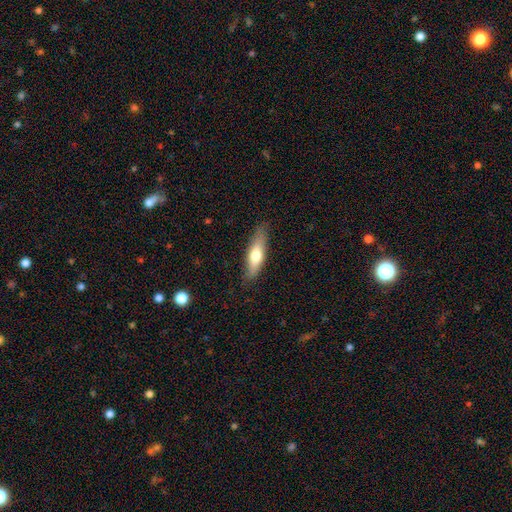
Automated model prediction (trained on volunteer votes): This appears to be a smooth galaxy with no disk features (63%) that is cigar-shaped (60%). Merging: none (80%).